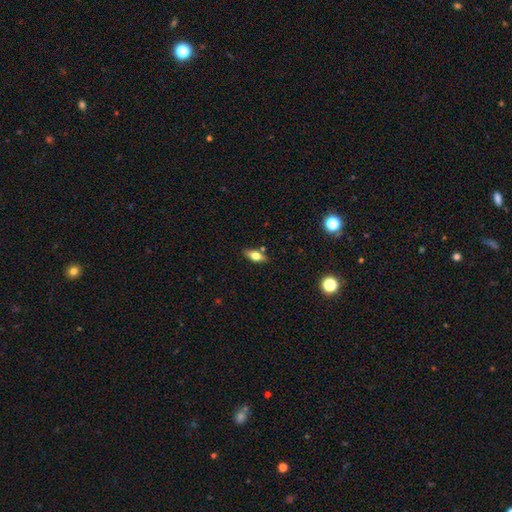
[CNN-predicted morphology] smooth 56%, featured or disk 35%, star or artifact 9%. Down the decision tree: how rounded — in between (70%); merging — none (81%).